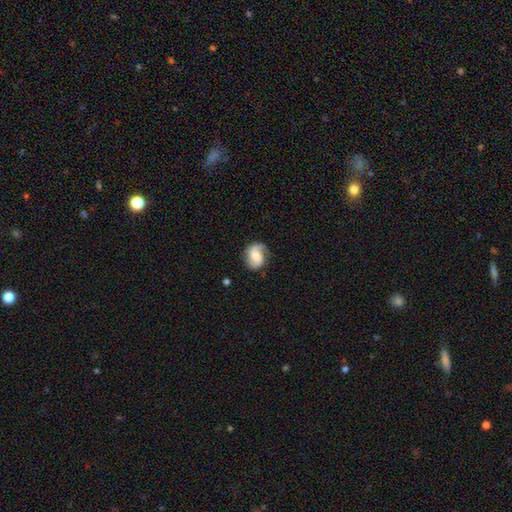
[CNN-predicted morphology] type=featured or disk (65%); edge-on=no (98%); bar=no (43%, tied with weak); spiral arms=yes (93%); winding=loose (42%); arm count=2 (72%); bulge=moderate (40%); merging=none (70%).